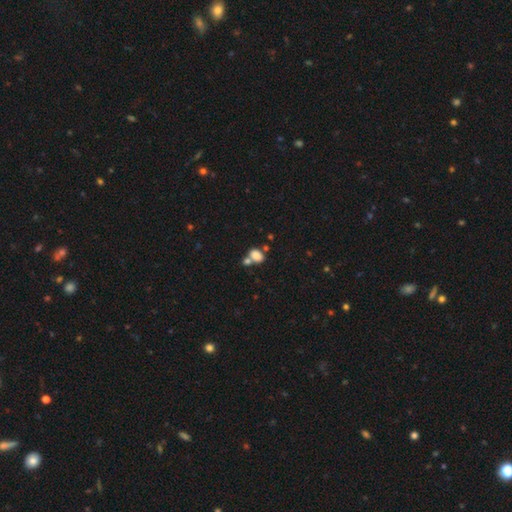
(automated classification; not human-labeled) The model was most divided on "merging": merger: 44%, none: 40%, minor disturbance: 11%, major disturbance: 5%. More confident: smooth or featured — smooth (82%); how rounded — in between (79%).